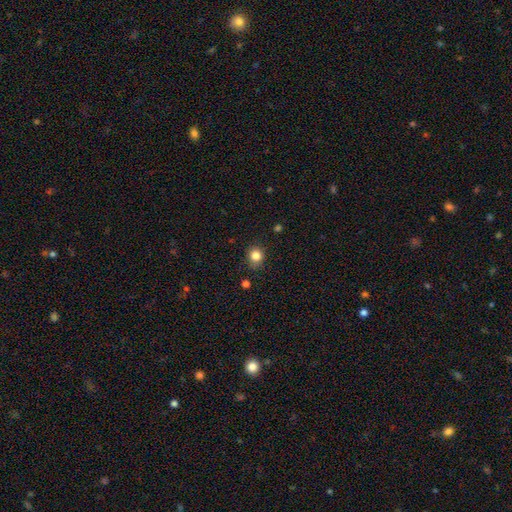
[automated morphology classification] smooth 84%, star or artifact 12%, featured or disk 5%. Down the decision tree: how rounded — round (82%); merging — none (83%).